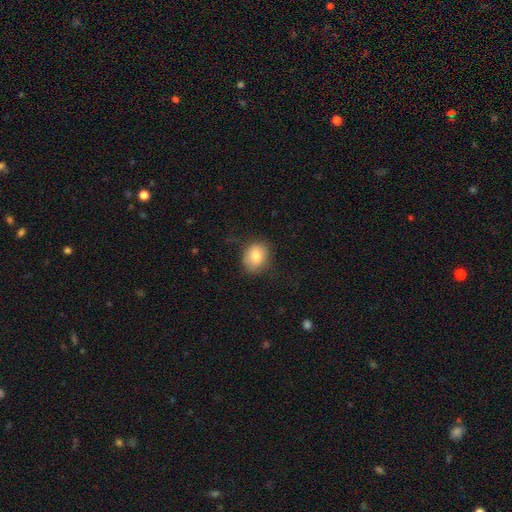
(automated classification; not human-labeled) A smooth galaxy with no disk features (81%) that is in between round and cigar-shaped (50%). Merging: none (77%).